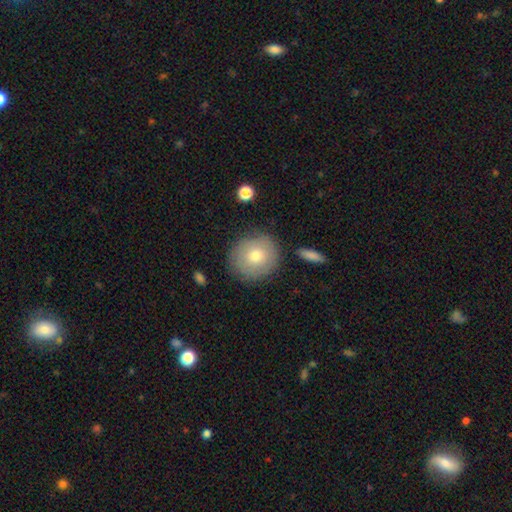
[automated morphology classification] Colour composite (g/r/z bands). It shows a smooth galaxy with no disk features (73%) that is round (87%). Merging: none (84%).